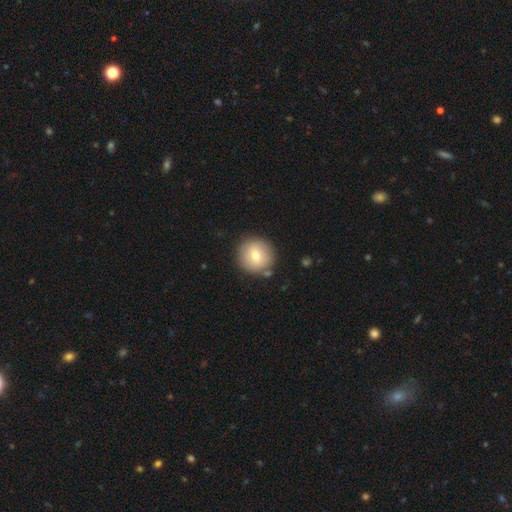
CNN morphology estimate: Overall: smooth (75%). How rounded: round (94%). Merging: none (84%).